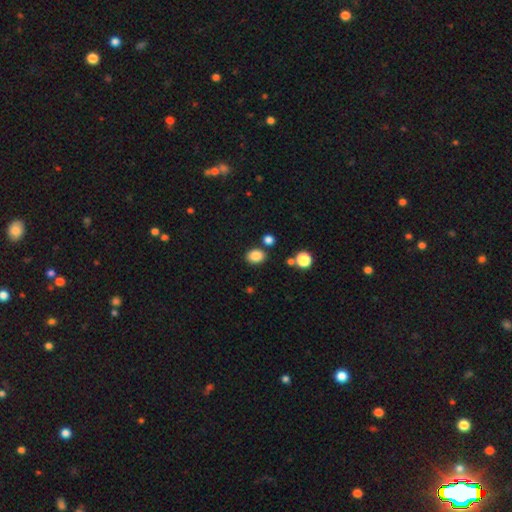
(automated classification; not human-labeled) smooth_or_featured: smooth (p=0.85) [alt: star or artifact p=0.11]
how_rounded: in between (p=0.58) [alt: round p=0.41]
merging: none (p=0.81) [alt: minor disturbance p=0.10]